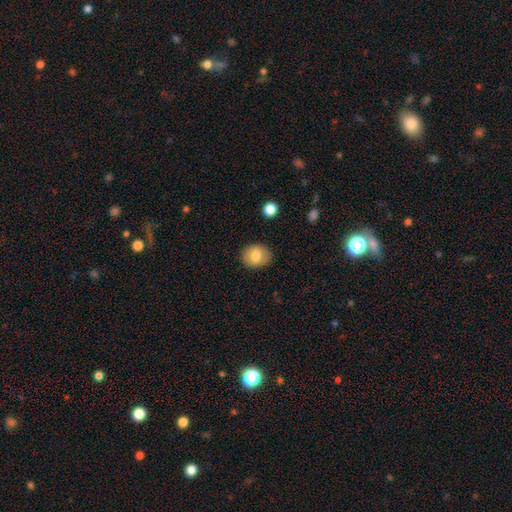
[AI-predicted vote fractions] Smooth or featured? Predicted: smooth (p=0.78). How rounded? Predicted: round (p=0.50). Merging? Predicted: none (p=0.86).